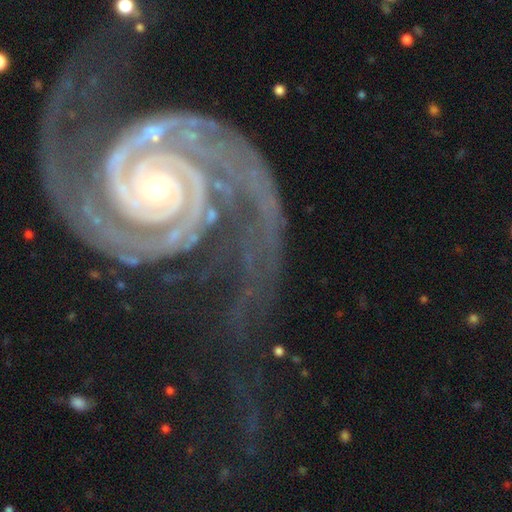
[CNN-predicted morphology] featured or disk 93%, star or artifact 4%, smooth 2%. Down the decision tree: edge-on disk — no (98%); bar — no (70%); spiral arms — yes (99%); spiral arm count — 2 (79%); spiral winding — tight (76%); bulge size — small (66%); merging — none (55%).